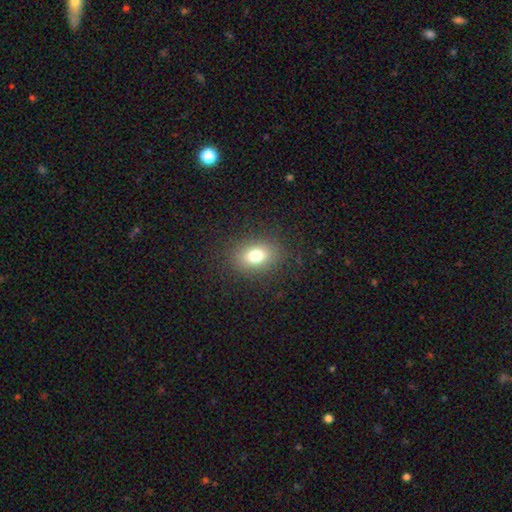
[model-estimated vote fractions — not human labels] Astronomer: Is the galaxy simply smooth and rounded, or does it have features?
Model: smooth — 76%.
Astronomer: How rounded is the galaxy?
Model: in between — 63%.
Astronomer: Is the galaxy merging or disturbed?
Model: none — 86%.